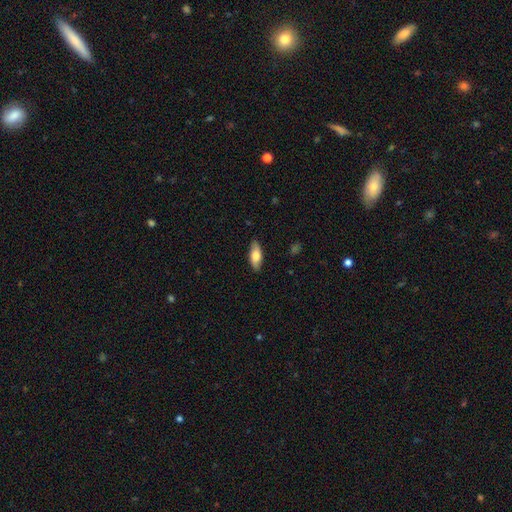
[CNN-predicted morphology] smooth-or-featured: smooth: 73% | featured or disk: 21% | star or artifact: 6%
  how-rounded: in between: 78% | cigar-shaped: 20% | round: 2%
  merging: none: 86% | minor disturbance: 11% | major disturbance: 2% | merger: 1%